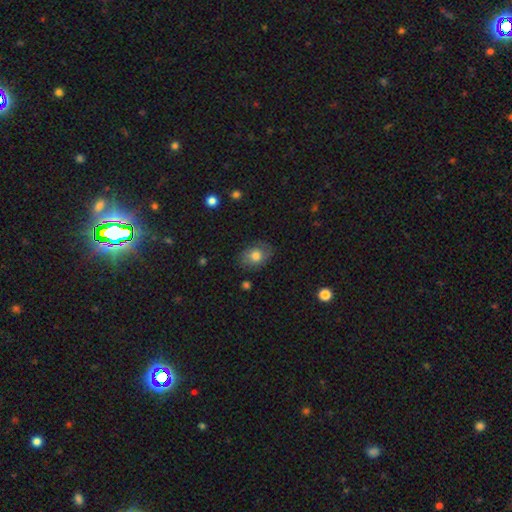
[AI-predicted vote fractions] A smooth galaxy with no disk features (70%) that is in between round and cigar-shaped (68%). Merging: none (76%).